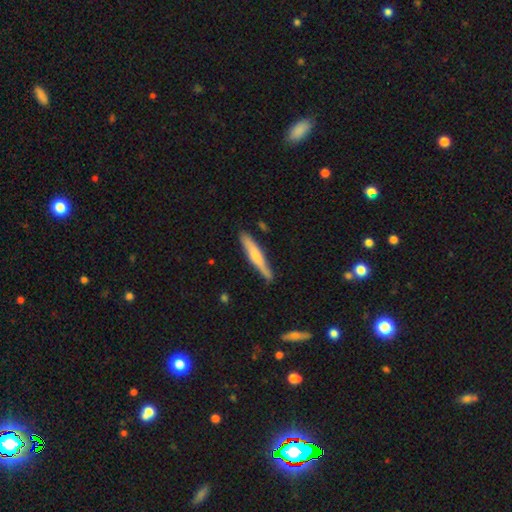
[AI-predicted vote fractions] This appears to be a smooth galaxy with no disk features (55%) that is cigar-shaped (92%). Merging: none (83%).